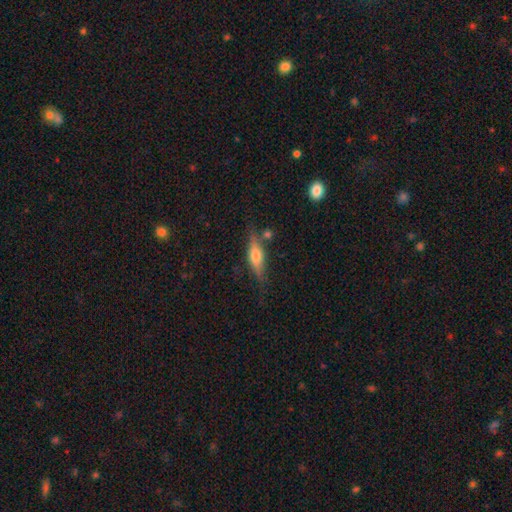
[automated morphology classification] This appears to be a featured or disk galaxy (52%) viewed edge-on (91%). Merging: none (74%).